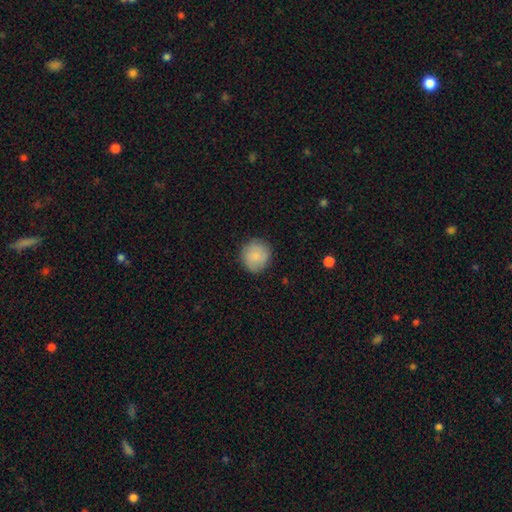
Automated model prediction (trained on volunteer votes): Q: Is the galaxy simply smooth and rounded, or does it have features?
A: smooth — 84%.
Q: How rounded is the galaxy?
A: round — 89%.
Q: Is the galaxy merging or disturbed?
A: none — 85%.